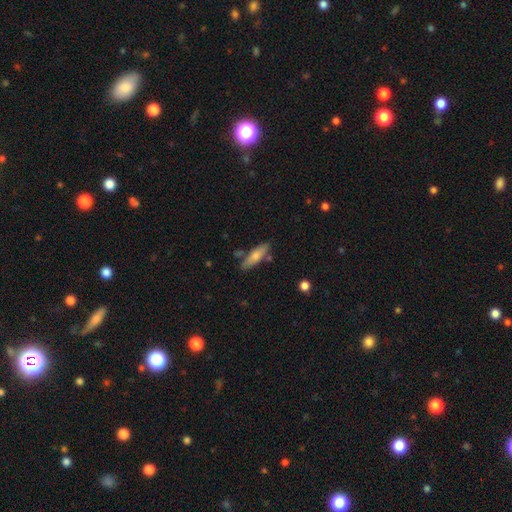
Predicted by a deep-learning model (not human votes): A smooth galaxy with no disk features (69%) that is cigar-shaped (57%).

Vote fractions:
- Smooth or featured? smooth: 69% / featured or disk: 25% / star or artifact: 6%
- How rounded? cigar-shaped: 57% / in between: 41% / round: 2%
- Merging? none: 75% / minor disturbance: 15% / merger: 7% / major disturbance: 3%